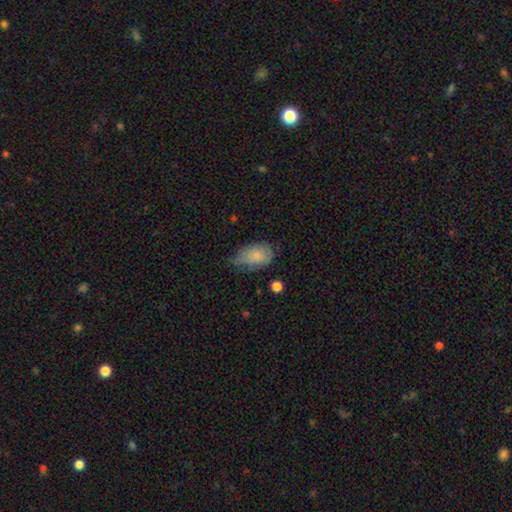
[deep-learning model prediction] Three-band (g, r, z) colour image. It shows a smooth galaxy with no disk features (81%) that is in between round and cigar-shaped (90%). Merging: none (46%).